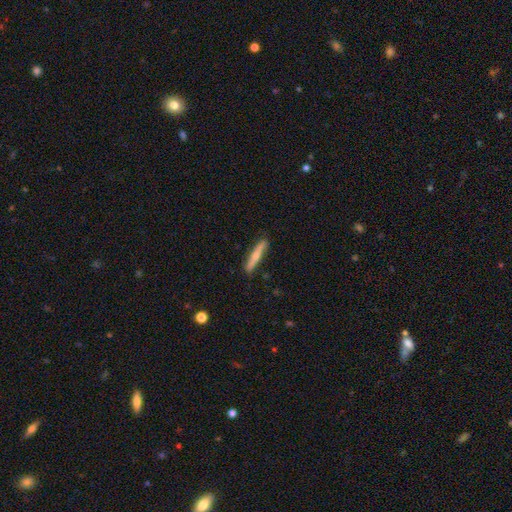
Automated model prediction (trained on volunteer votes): smooth-or-featured: smooth: 54% | featured or disk: 40% | star or artifact: 5%
  how-rounded: cigar-shaped: 92% | in between: 6% | round: 2%
  merging: none: 88% | minor disturbance: 9% | major disturbance: 2% | merger: 1%